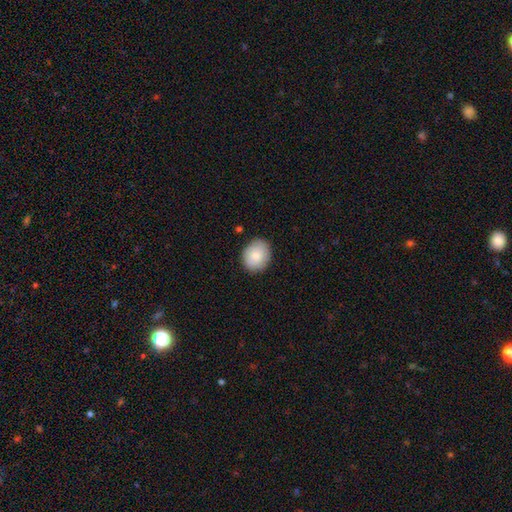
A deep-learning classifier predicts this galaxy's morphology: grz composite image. It shows a smooth galaxy with no disk features (83%) that is round (56%). Merging: none (85%).